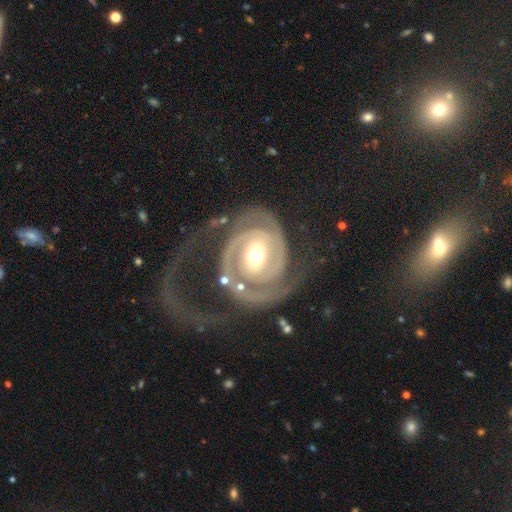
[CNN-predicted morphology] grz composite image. It shows a featured or disk galaxy (92%) with no bar (40%), 2 (70%) tight (61%) spiral arms (97%) and a moderate central bulge (71%). Merging: none (46%).